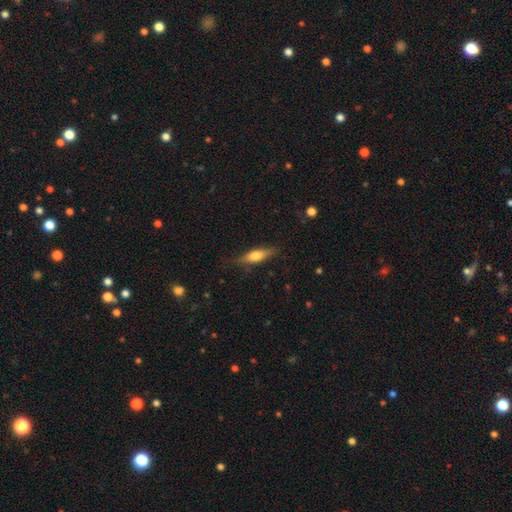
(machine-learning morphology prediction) smooth-or-featured: smooth: 54% | featured or disk: 39% | star or artifact: 7%
  how-rounded: cigar-shaped: 57% | in between: 40% | round: 3%
  merging: none: 78% | minor disturbance: 17% | major disturbance: 4% | merger: 1%